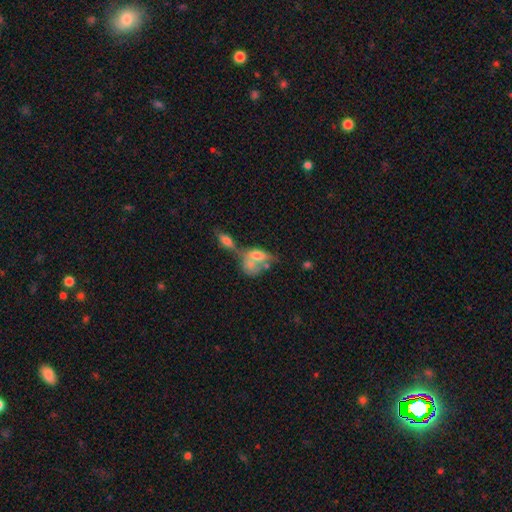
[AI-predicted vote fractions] This is likely a smooth galaxy (61%). How rounded: likely in between (77%). Merging: possibly merger (59%).